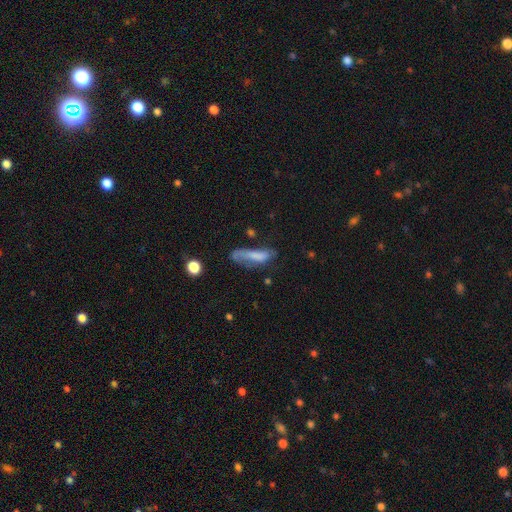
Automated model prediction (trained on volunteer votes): This is likely a smooth galaxy (62%). How rounded: possibly cigar-shaped (59%). Merging: marginally none (36%).